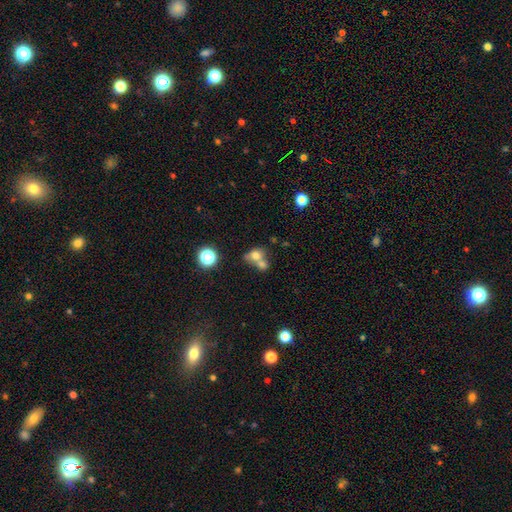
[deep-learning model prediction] This appears to be a smooth galaxy with no disk features (70%) that is round (60%). Merging: merger (58%).